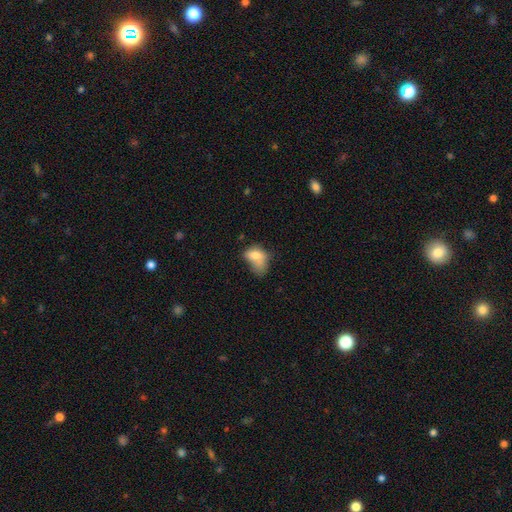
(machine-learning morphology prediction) A smooth galaxy with no disk features (71%) that is in between round and cigar-shaped (80%).

Vote fractions:
- Smooth or featured? smooth: 71% / featured or disk: 19% / star or artifact: 10%
- How rounded? in between: 80% / round: 18% / cigar-shaped: 2%
- Merging? major disturbance: 38% / minor disturbance: 28% / none: 18% / merger: 16%